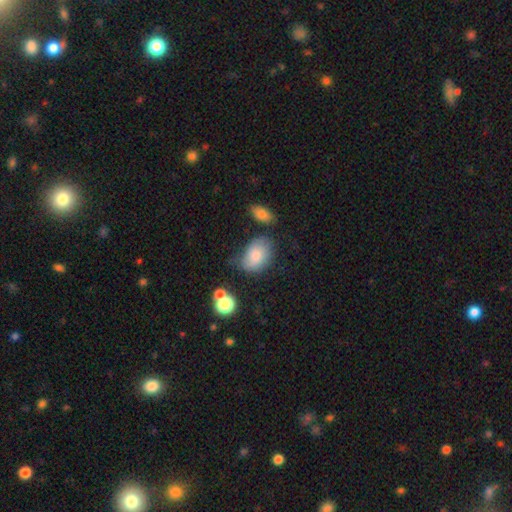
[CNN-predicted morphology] Q: Smooth or featured?
A: smooth (76%); runner-up: featured or disk (15%)
Q: How rounded?
A: in between (78%); runner-up: round (21%)
Q: Merging?
A: none (49%); runner-up: minor disturbance (32%)